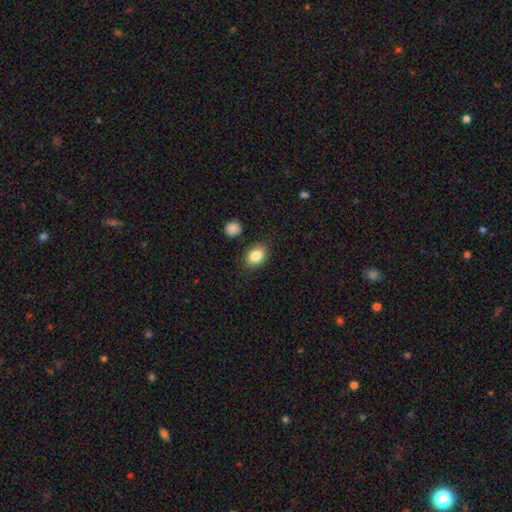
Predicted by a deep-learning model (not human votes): Q: Smooth or featured?
A: smooth (85%); runner-up: star or artifact (9%)
Q: How rounded?
A: in between (68%); runner-up: round (31%)
Q: Merging?
A: none (82%); runner-up: minor disturbance (12%)